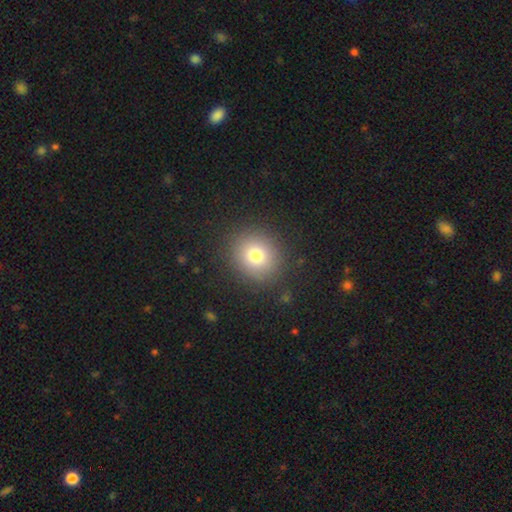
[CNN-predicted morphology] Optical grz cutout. It shows a smooth galaxy with no disk features (75%) that is round (85%). Merging: none (88%).